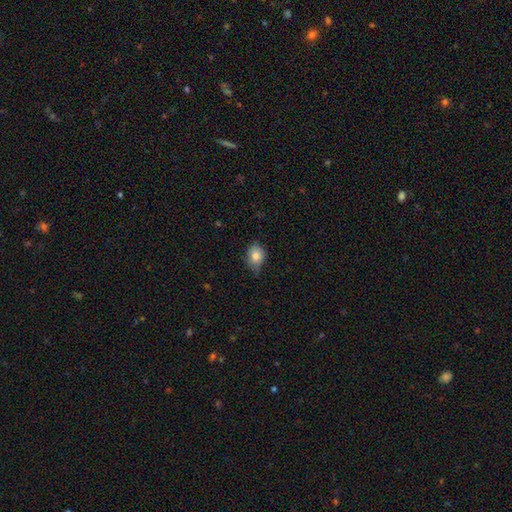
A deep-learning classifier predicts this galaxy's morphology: smooth_or_featured: smooth (p=0.82) [alt: featured or disk p=0.10]
how_rounded: in between (p=0.63) [alt: round p=0.35]
merging: none (p=0.53) [alt: minor disturbance p=0.39]